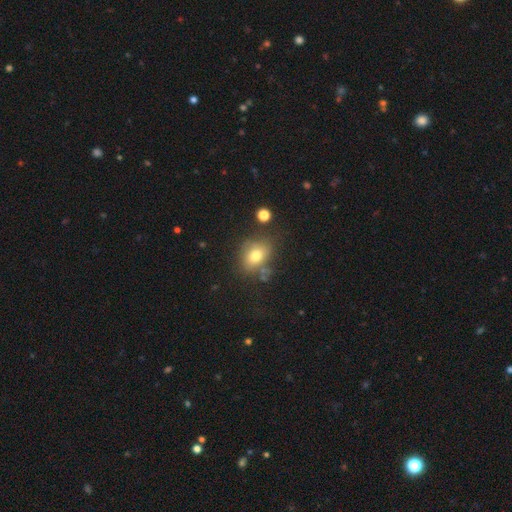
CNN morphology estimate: This is likely a smooth galaxy (75%). How rounded: possibly in between (53%). Merging: likely none (69%).